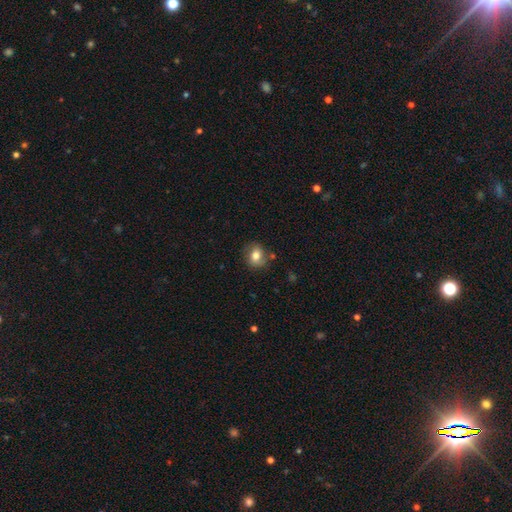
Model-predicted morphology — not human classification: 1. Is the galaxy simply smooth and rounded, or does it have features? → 77% smooth, 14% featured or disk, 9% star or artifact.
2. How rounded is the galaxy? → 60% round, 39% in between, 1% cigar-shaped.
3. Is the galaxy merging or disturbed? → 75% none, 17% minor disturbance, 4% major disturbance, 4% merger.